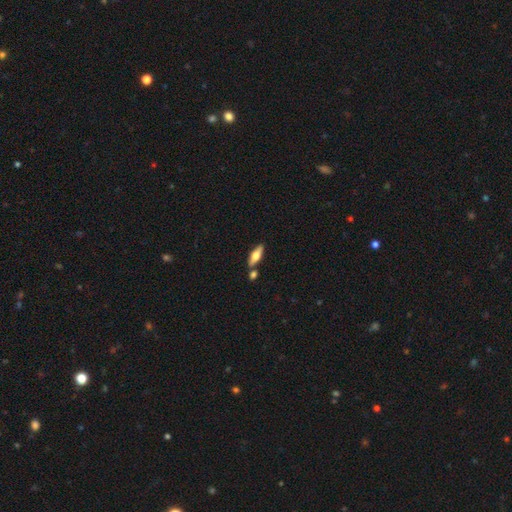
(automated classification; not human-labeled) Smooth or featured: smooth — 50% (featured or disk — 44%)
How rounded: in between — 56% (cigar-shaped — 41%)
Merging: none — 76% (merger — 11%)